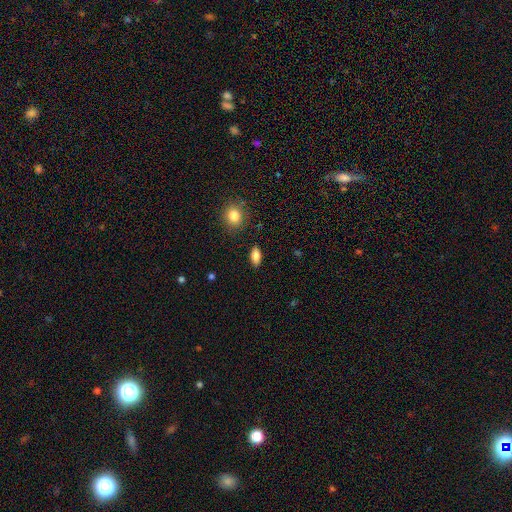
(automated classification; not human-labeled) Smooth or featured?
  - smooth: 85% *
  - star or artifact: 8%
  - featured or disk: 7%
How rounded?
  - in between: 91% *
  - cigar-shaped: 5%
  - round: 5%
Merging?
  - none: 87% *
  - minor disturbance: 9%
  - major disturbance: 2%
  - merger: 2%